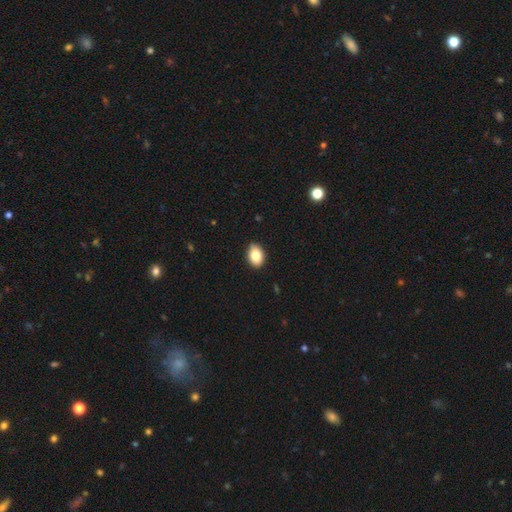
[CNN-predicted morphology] Smooth or featured? smooth (82%)
How rounded? in between (81%)
Merging? none (86%)